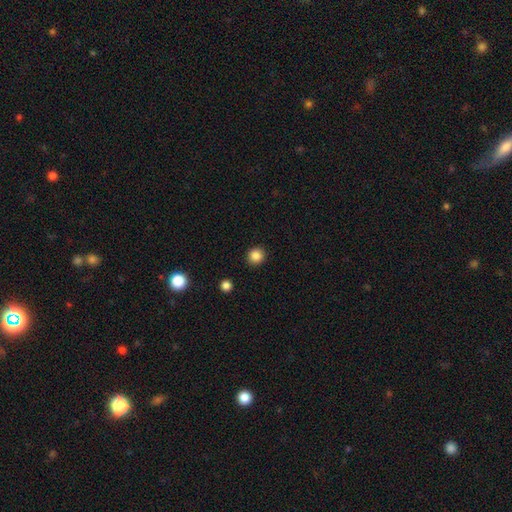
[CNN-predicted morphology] Overall: smooth (86%). How rounded: round (92%). Merging: none (92%).